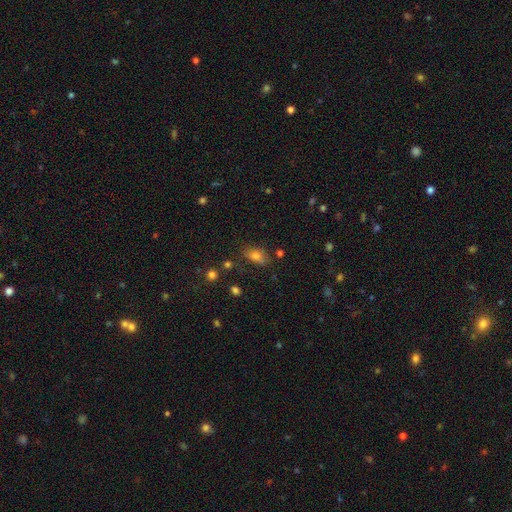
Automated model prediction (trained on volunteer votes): A smooth galaxy with no disk features (75%) that is in between round and cigar-shaped (82%). Merging: none (70%).